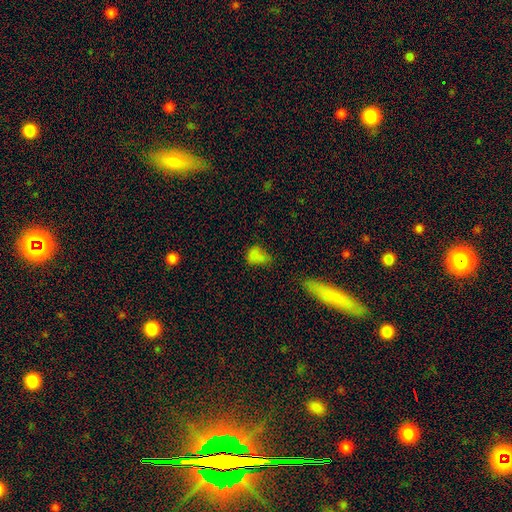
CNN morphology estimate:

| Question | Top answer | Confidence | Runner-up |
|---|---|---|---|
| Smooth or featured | smooth | 73% | star or artifact (18%) |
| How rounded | in between | 74% | round (23%) |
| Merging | none | 38% | minor disturbance (31%) |